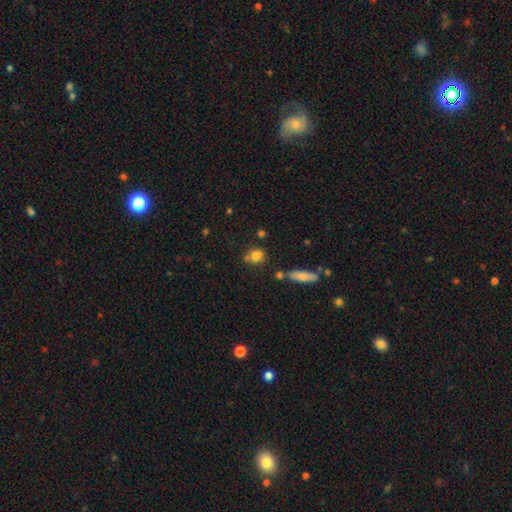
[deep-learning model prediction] The model was most divided on "how rounded": round: 58%, in between: 39%, cigar-shaped: 4%. More confident: smooth or featured — smooth (77%); merging — none (65%).